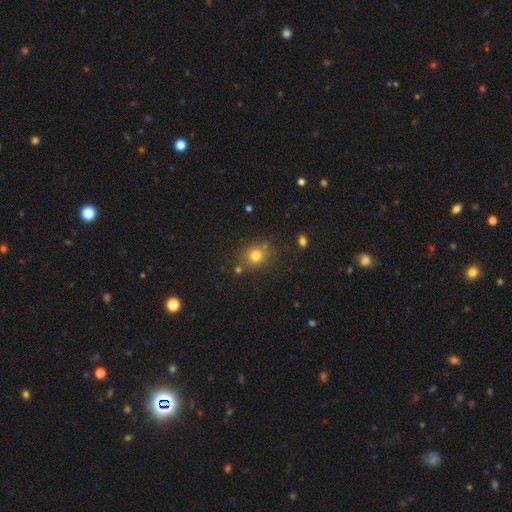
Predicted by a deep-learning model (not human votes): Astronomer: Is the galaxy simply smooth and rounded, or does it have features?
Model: smooth — 77%.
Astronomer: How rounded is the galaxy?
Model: round — 76%.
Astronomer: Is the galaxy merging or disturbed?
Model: none — 77%.